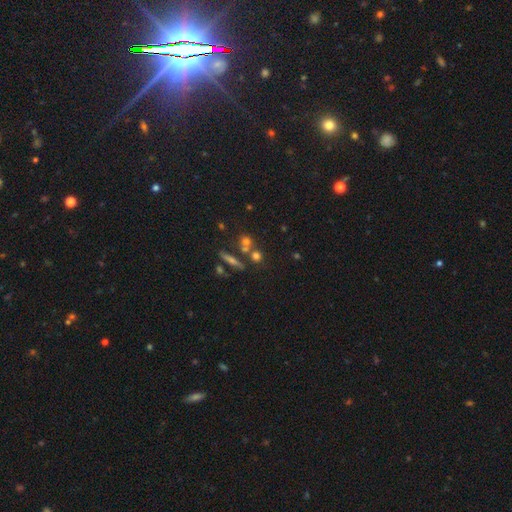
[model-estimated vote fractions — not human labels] smooth 62%, star or artifact 19%, featured or disk 19%. Down the decision tree: how rounded — round (76%); merging — none (59%).